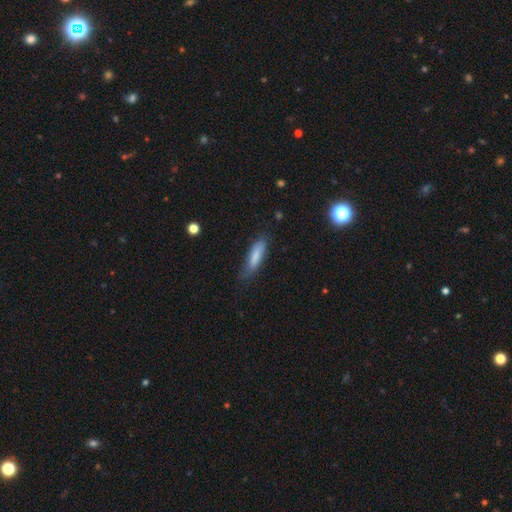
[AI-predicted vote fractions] Smooth or featured? Predicted: smooth (p=0.81). How rounded? Predicted: cigar-shaped (p=0.61). Merging? Predicted: none (p=0.67).